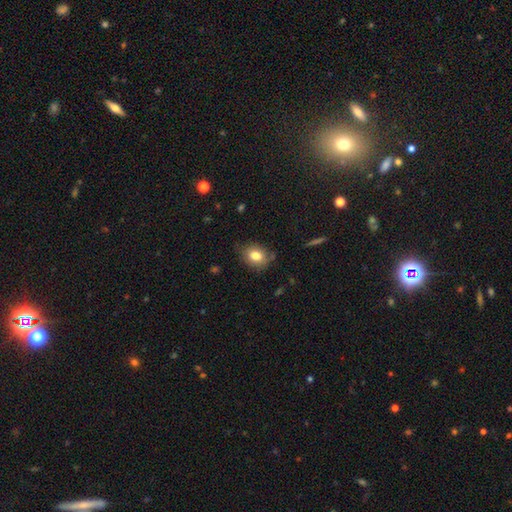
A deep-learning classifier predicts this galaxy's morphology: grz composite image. It shows a smooth galaxy with no disk features (79%) that is in between round and cigar-shaped (51%). Merging: none (75%).